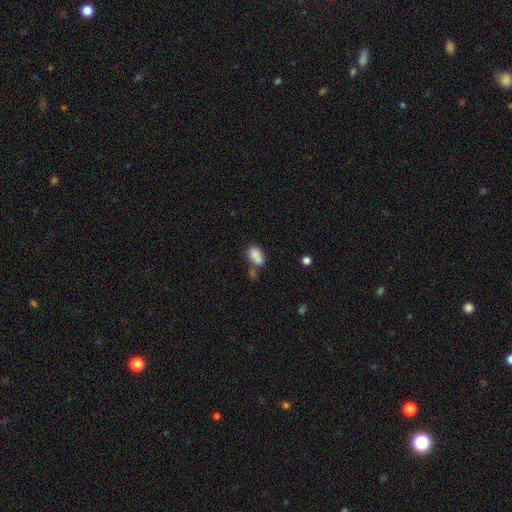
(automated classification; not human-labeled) Smooth or featured? Predicted: smooth (p=0.77). How rounded? Predicted: in between (p=0.80). Merging? Predicted: merger (p=0.53).